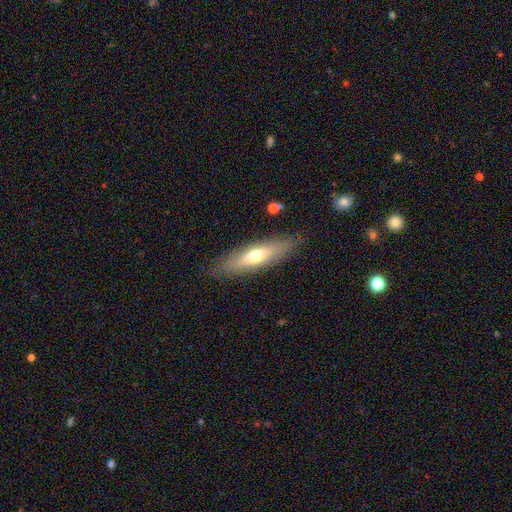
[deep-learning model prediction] smooth_or_featured: smooth (p=0.56) [alt: featured or disk p=0.37]
how_rounded: cigar-shaped (p=0.59) [alt: in between p=0.39]
merging: none (p=0.85) [alt: minor disturbance p=0.10]